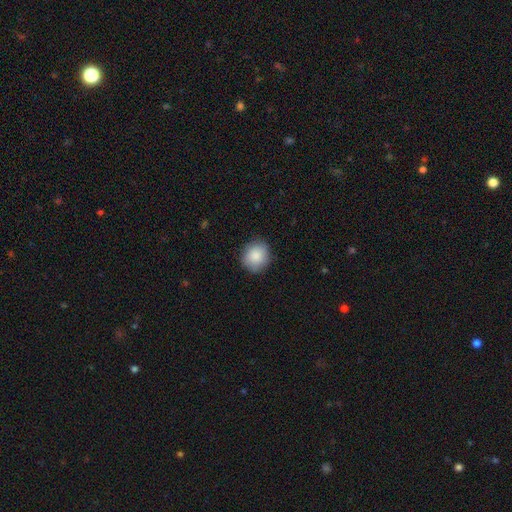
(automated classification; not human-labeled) This is clearly a smooth galaxy (87%). How rounded: clearly round (82%). Merging: clearly none (86%).